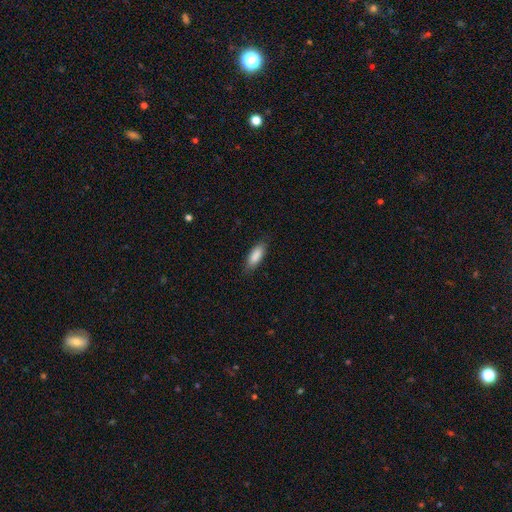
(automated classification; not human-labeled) smooth 88%, featured or disk 6%, star or artifact 6%. Down the decision tree: how rounded — in between (73%); merging — none (84%).